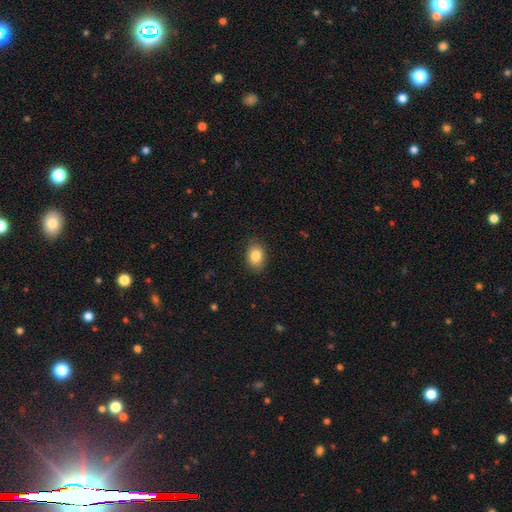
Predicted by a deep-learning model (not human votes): The model was most divided on "how rounded": in between: 78%, round: 21%, cigar-shaped: 1%. More confident: merging — none (86%); smooth or featured — smooth (85%).